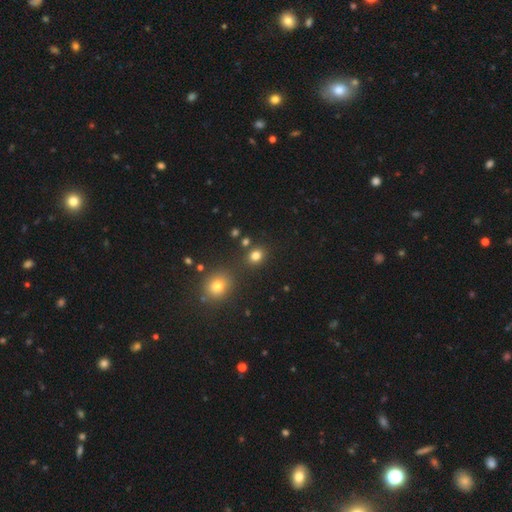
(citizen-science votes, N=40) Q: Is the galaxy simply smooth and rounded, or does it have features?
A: smooth — 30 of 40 (75%).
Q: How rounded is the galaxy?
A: round — 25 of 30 (83%).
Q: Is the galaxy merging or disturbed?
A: none — 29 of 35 (83%).